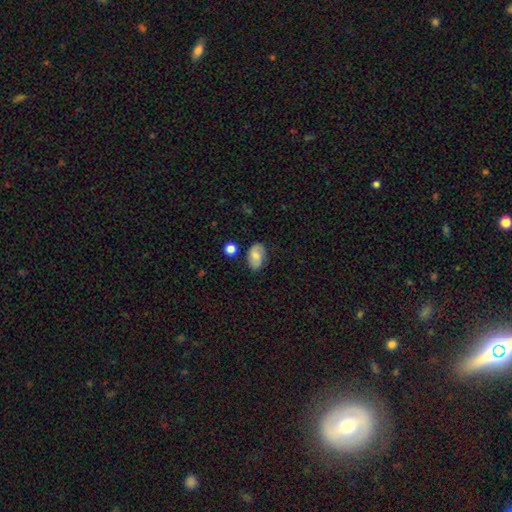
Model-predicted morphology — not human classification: type=smooth (57%); roundness=in between (88%); merging=none (74%).